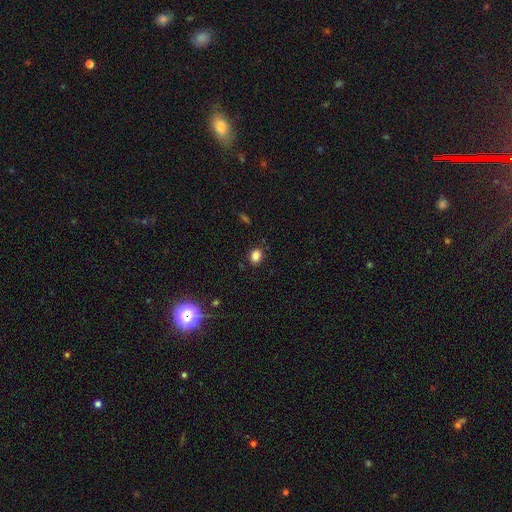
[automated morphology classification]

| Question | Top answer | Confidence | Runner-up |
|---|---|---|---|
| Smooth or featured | smooth | 83% | star or artifact (12%) |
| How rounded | round | 53% | in between (46%) |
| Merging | none | 86% | minor disturbance (10%) |